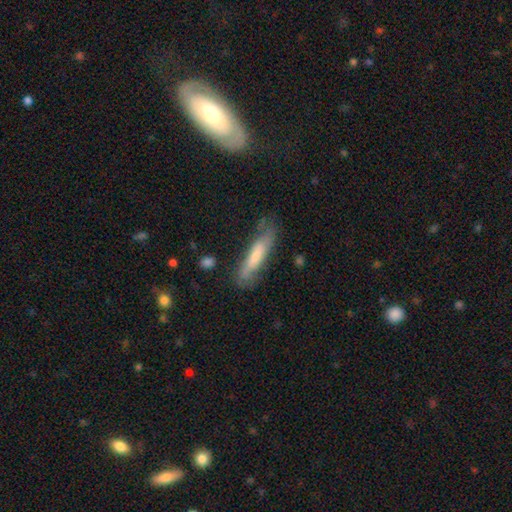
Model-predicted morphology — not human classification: Smooth or featured: smooth — 56% (featured or disk — 37%)
How rounded: cigar-shaped — 80% (in between — 18%)
Merging: none — 67% (minor disturbance — 23%)